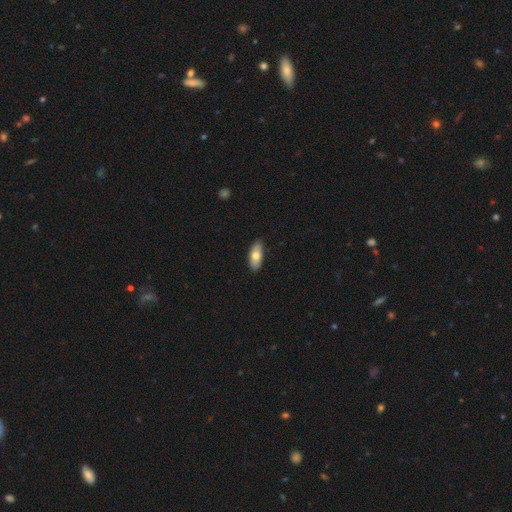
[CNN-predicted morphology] smooth-or-featured: smooth: 72% | featured or disk: 22% | star or artifact: 6%
  how-rounded: in between: 84% | cigar-shaped: 14% | round: 3%
  merging: none: 86% | minor disturbance: 11% | major disturbance: 2% | merger: 1%